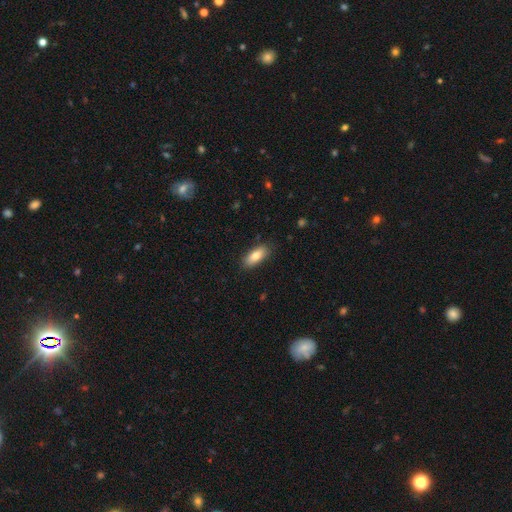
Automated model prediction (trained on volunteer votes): Smooth or featured? Predicted: smooth (p=0.80). How rounded? Predicted: in between (p=0.85). Merging? Predicted: none (p=0.86).